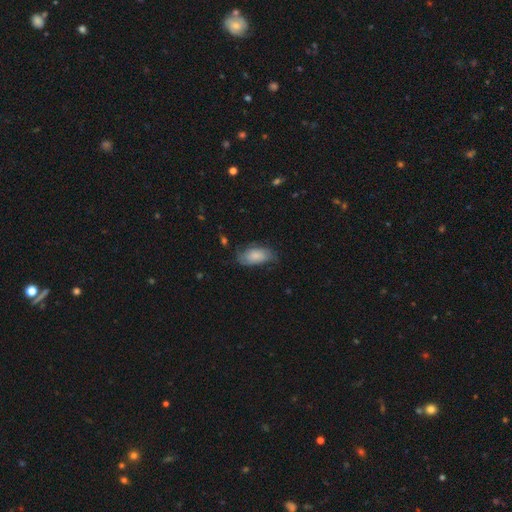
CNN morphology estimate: Smooth or featured?
  - smooth: 63% *
  - featured or disk: 30%
  - star or artifact: 7%
How rounded?
  - in between: 92% *
  - round: 4%
  - cigar-shaped: 4%
Merging?
  - none: 55% *
  - minor disturbance: 31%
  - major disturbance: 12%
  - merger: 2%